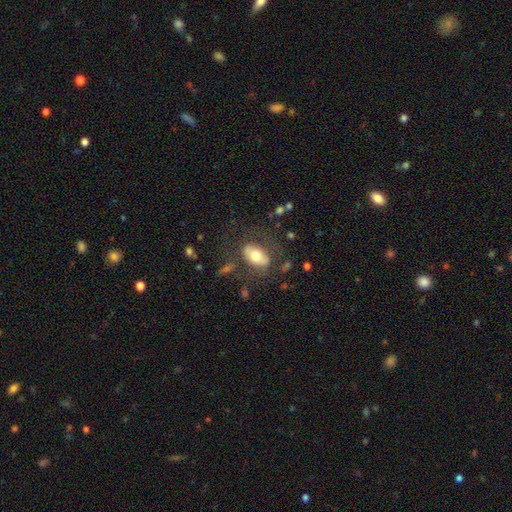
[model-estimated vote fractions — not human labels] Q: Smooth or featured?
A: smooth (62%); runner-up: featured or disk (31%)
Q: How rounded?
A: in between (89%); runner-up: round (8%)
Q: Merging?
A: none (63%); runner-up: minor disturbance (17%)